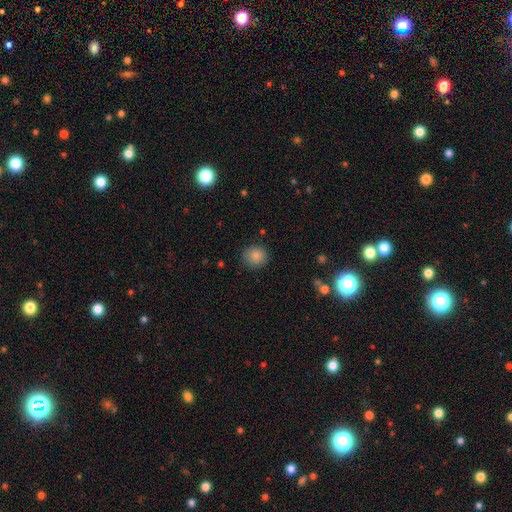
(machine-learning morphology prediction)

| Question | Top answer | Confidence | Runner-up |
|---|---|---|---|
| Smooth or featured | smooth | 85% | star or artifact (10%) |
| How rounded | round | 83% | in between (16%) |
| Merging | none | 87% | minor disturbance (9%) |